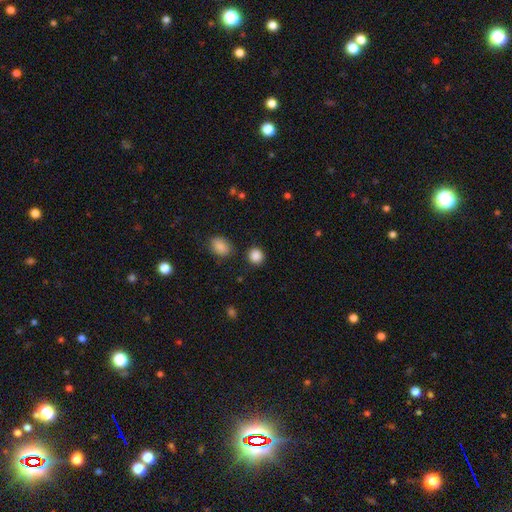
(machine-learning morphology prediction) A smooth galaxy with no disk features (87%) that is round (85%). Merging: none (87%).